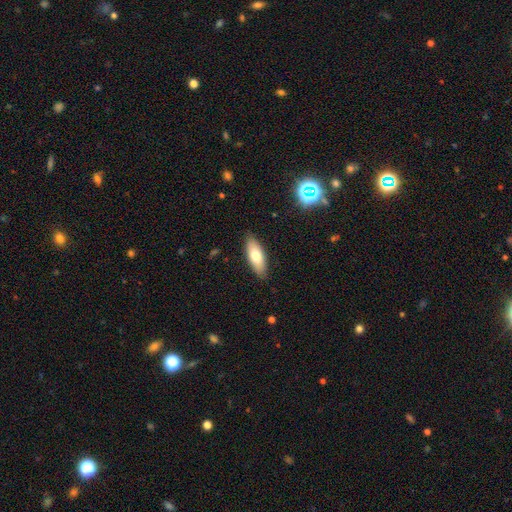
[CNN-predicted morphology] smooth_or_featured: smooth (p=0.72) [alt: featured or disk p=0.21]
how_rounded: in between (p=0.73) [alt: cigar-shaped p=0.25]
merging: none (p=0.87) [alt: minor disturbance p=0.10]